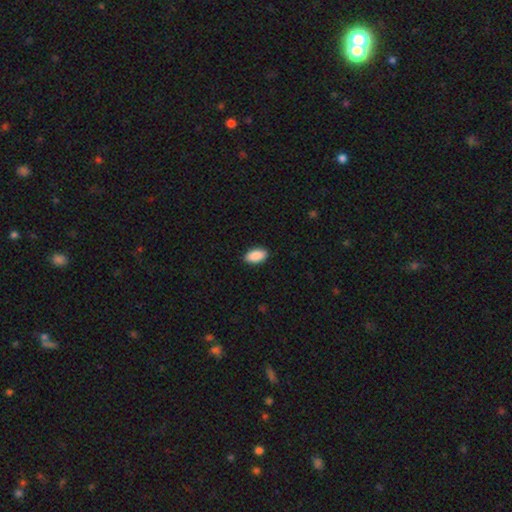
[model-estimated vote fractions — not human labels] This is clearly a smooth galaxy (91%). How rounded: clearly in between (94%). Merging: clearly none (90%).